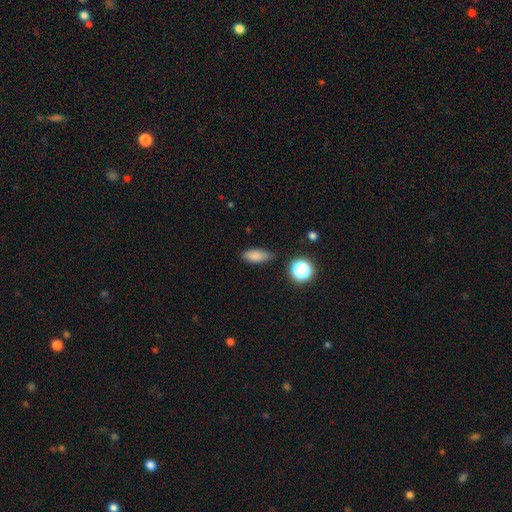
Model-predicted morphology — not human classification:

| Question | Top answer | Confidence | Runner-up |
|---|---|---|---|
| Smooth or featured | smooth | 83% | star or artifact (11%) |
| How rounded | in between | 76% | cigar-shaped (18%) |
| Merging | none | 72% | minor disturbance (21%) |